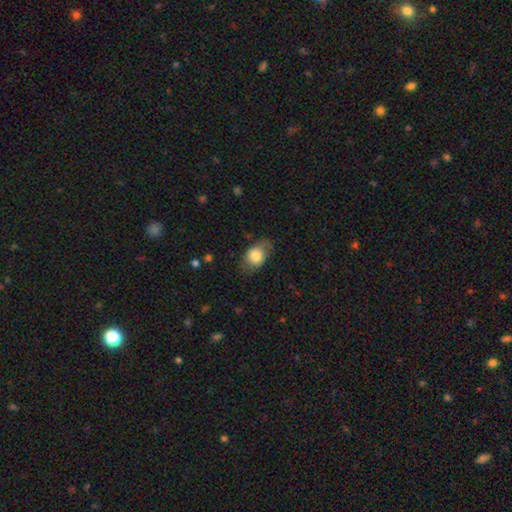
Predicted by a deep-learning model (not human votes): This appears to be a smooth galaxy with no disk features (77%) that is in between round and cigar-shaped (77%). Merging: none (70%).